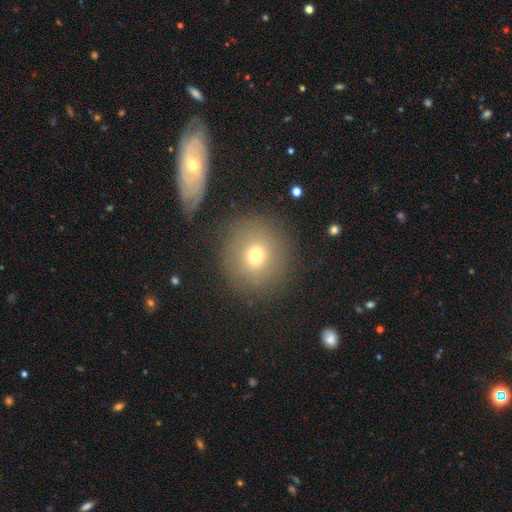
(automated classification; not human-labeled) The model was most divided on "smooth or featured": smooth: 71%, featured or disk: 16%, star or artifact: 13%. More confident: how rounded — round (90%); merging — none (81%).